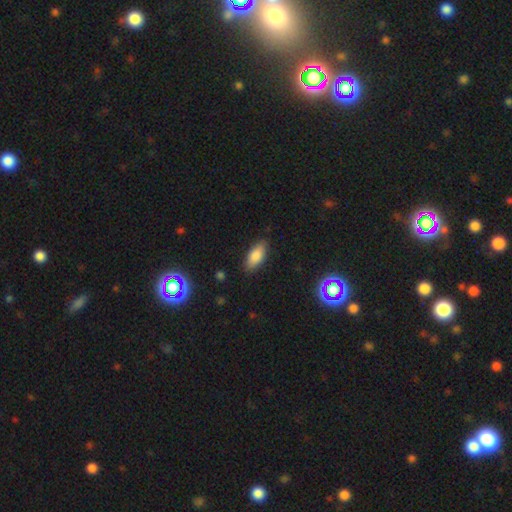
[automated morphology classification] This is clearly a smooth galaxy (82%). How rounded: clearly in between (87%). Merging: clearly none (84%).